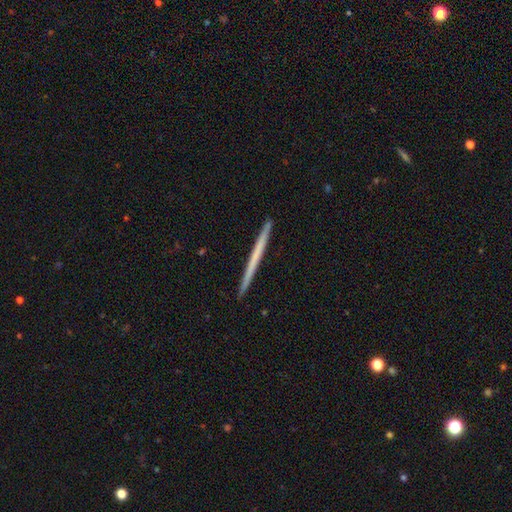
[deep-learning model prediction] This appears to be a featured or disk galaxy (49%). Merging: none (93%).